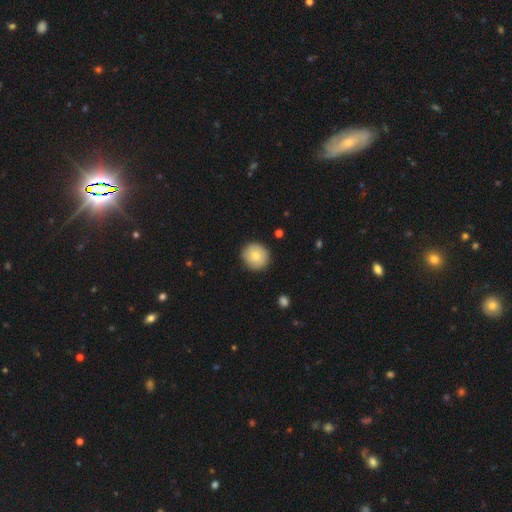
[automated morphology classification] smooth-or-featured: smooth: 77% | featured or disk: 16% | star or artifact: 7%
  how-rounded: round: 91% | in between: 8% | cigar-shaped: 1%
  merging: none: 88% | minor disturbance: 9% | major disturbance: 2% | merger: 1%